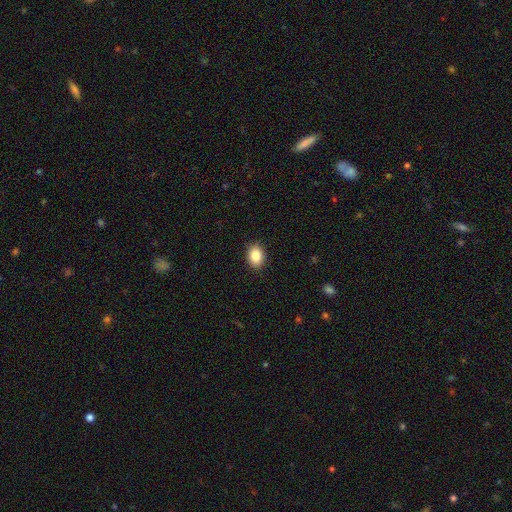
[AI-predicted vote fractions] This appears to be a smooth galaxy with no disk features (86%) that is in between round and cigar-shaped (72%). Merging: none (89%).